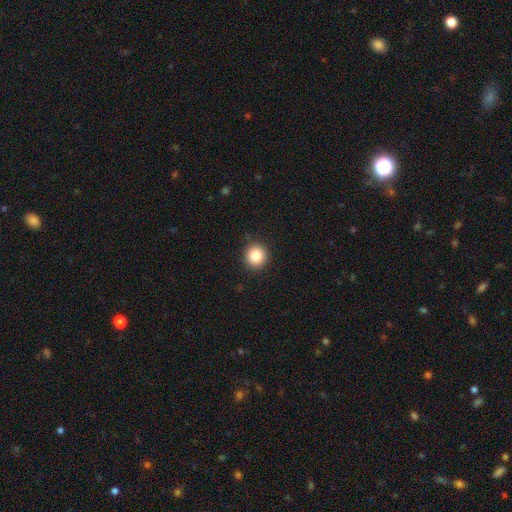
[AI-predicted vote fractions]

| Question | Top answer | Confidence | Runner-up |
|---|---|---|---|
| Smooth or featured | smooth | 85% | star or artifact (10%) |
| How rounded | round | 93% | in between (6%) |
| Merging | none | 91% | minor disturbance (6%) |